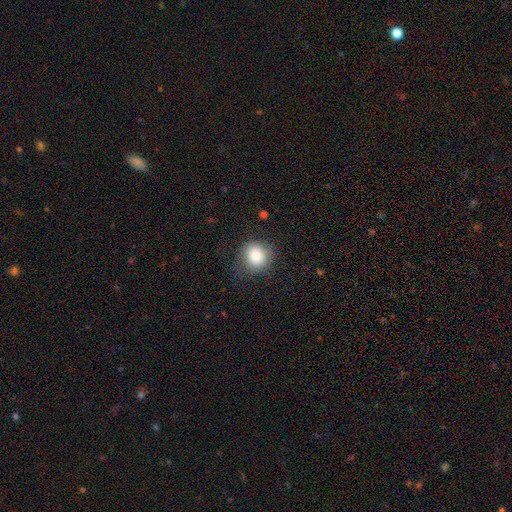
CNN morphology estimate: Smooth or featured? Predicted: smooth (p=0.84). How rounded? Predicted: round (p=0.84). Merging? Predicted: none (p=0.76).